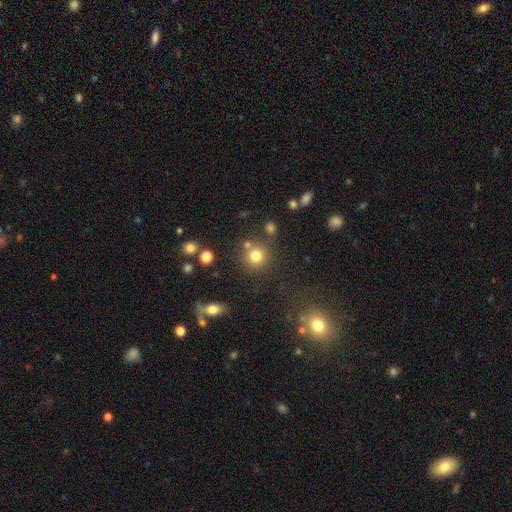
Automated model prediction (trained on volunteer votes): Overall: smooth (79%). How rounded: round (91%). Merging: none (75%).